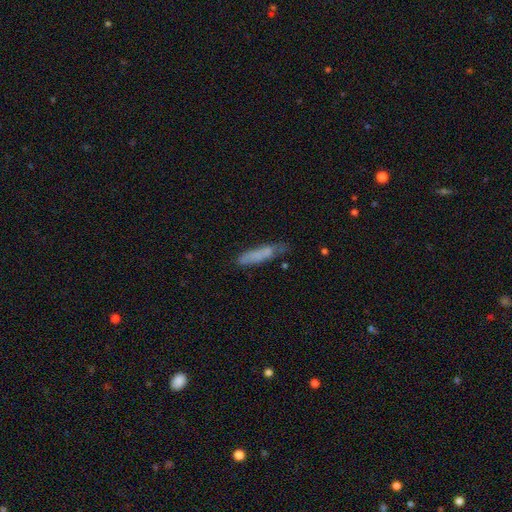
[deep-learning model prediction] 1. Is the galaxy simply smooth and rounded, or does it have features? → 72% smooth, 20% featured or disk, 8% star or artifact.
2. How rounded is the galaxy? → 79% cigar-shaped, 20% in between, 2% round.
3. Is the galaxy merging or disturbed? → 54% none, 29% minor disturbance, 11% major disturbance, 6% merger.